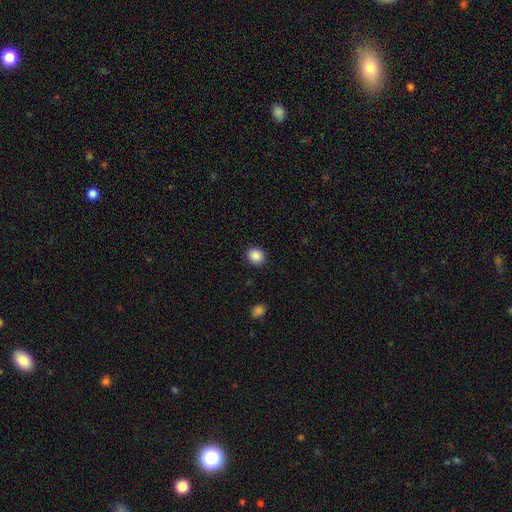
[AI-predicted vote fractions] Smooth or featured? smooth (88%)
How rounded? round (69%)
Merging? none (90%)